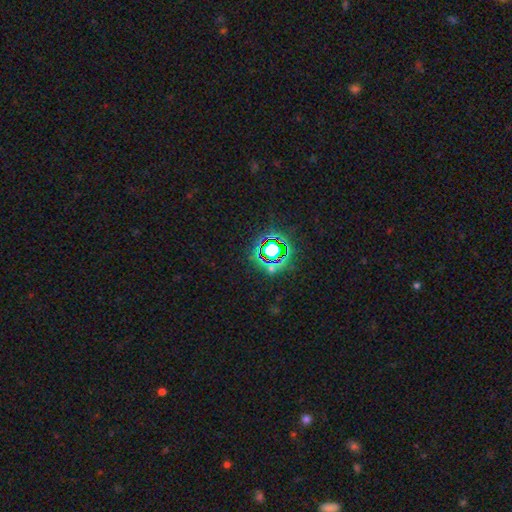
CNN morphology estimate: A star or artifact, not a galaxy (79%).